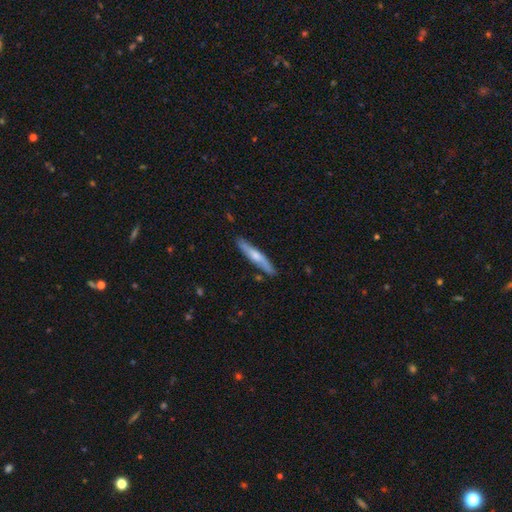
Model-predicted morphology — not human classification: Smooth or featured? Predicted: smooth (p=0.54). How rounded? Predicted: cigar-shaped (p=0.91). Merging? Predicted: none (p=0.84).